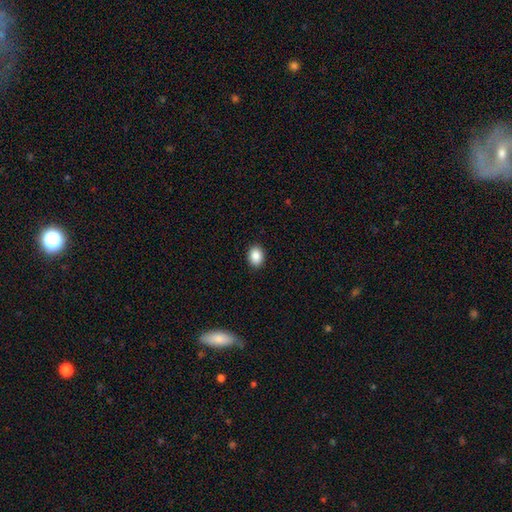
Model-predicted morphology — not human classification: type=smooth (88%); roundness=in between (60%); merging=none (90%).